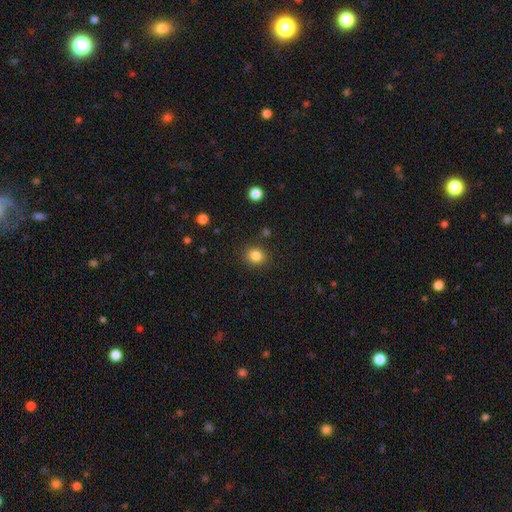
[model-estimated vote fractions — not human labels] This appears to be a smooth galaxy with no disk features (84%) that is round (67%). Merging: none (88%).